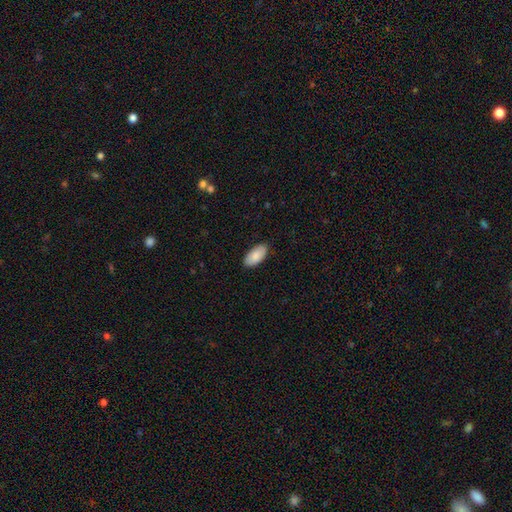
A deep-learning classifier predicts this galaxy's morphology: Smooth or featured: smooth — 87% (featured or disk — 8%)
How rounded: in between — 95% (cigar-shaped — 3%)
Merging: none — 87% (minor disturbance — 10%)